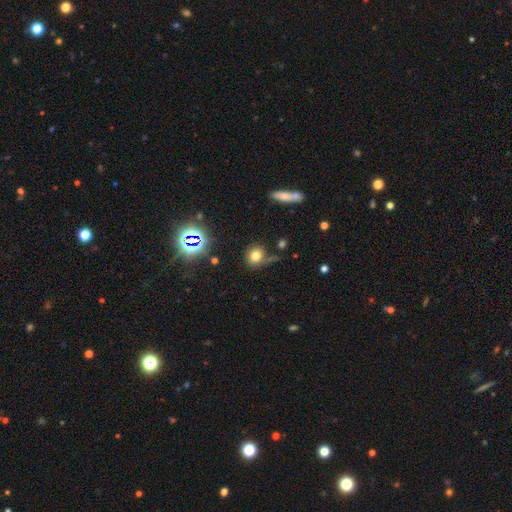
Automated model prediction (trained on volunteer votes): This appears to be a smooth galaxy with no disk features (73%) that is round (78%). Merging: none (66%).